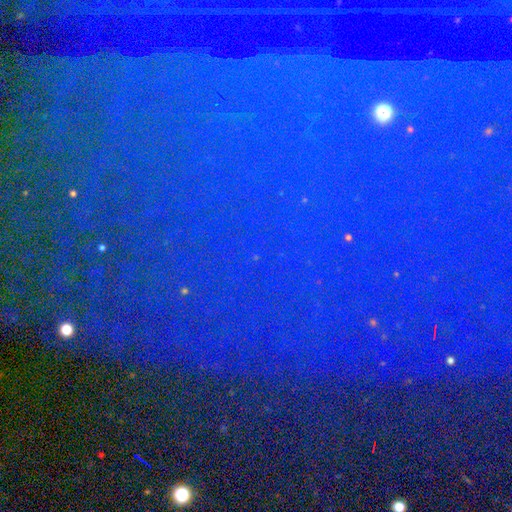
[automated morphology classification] Overall: star or artifact (83%).